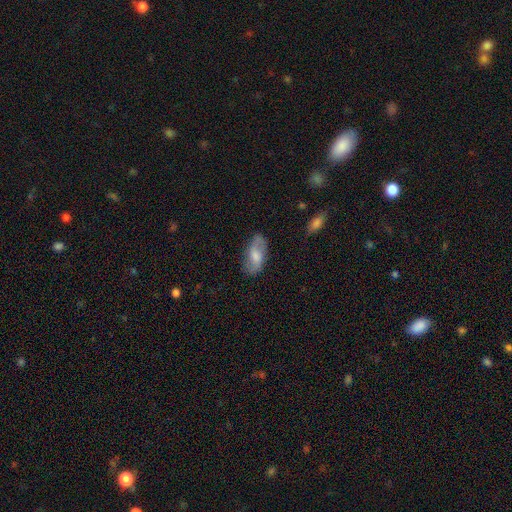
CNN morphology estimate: smooth 50%, featured or disk 43%, star or artifact 7%. Down the decision tree: merging — none (74%).